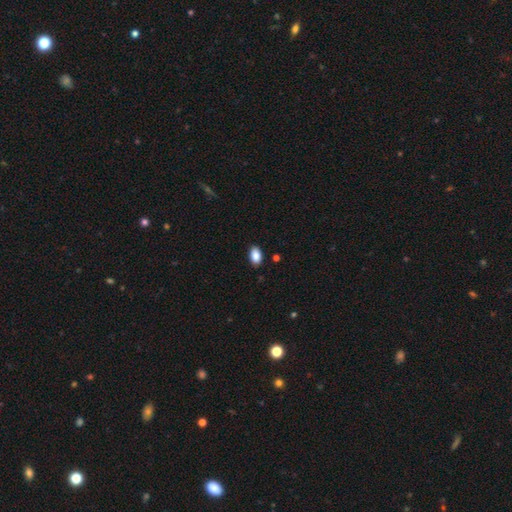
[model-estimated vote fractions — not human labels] A smooth galaxy with no disk features (88%) that is in between round and cigar-shaped (91%).

Vote fractions:
- Smooth or featured? smooth: 88% / star or artifact: 8% / featured or disk: 5%
- How rounded? in between: 91% / round: 7% / cigar-shaped: 2%
- Merging? none: 89% / minor disturbance: 9% / major disturbance: 2% / merger: 1%